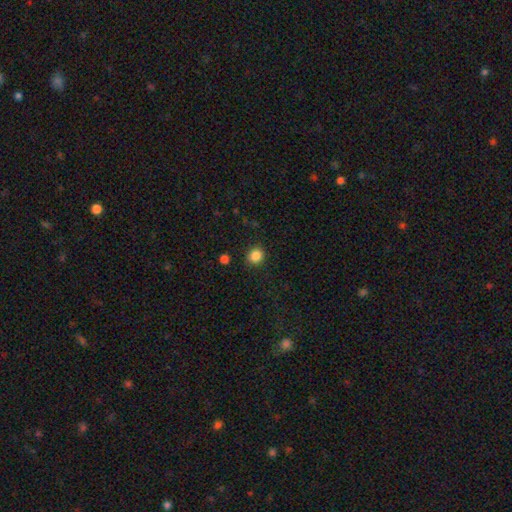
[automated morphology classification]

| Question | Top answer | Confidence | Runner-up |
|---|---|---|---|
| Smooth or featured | smooth | 85% | star or artifact (11%) |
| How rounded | round | 82% | in between (17%) |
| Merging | none | 90% | minor disturbance (6%) |